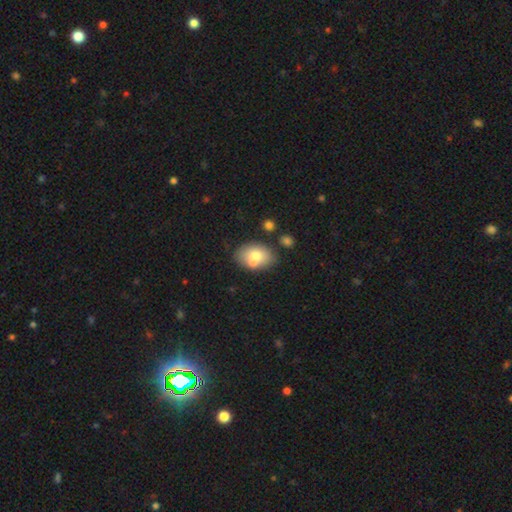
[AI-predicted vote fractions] This appears to be a smooth galaxy with no disk features (70%) that is in between round and cigar-shaped (81%). Merging: none (60%).